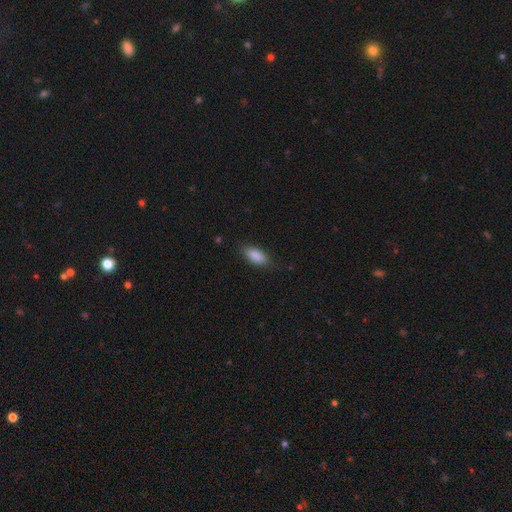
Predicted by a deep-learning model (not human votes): A smooth galaxy with no disk features (88%) that is in between round and cigar-shaped (87%).

Vote fractions:
- Smooth or featured? smooth: 88% / star or artifact: 7% / featured or disk: 5%
- How rounded? in between: 87% / cigar-shaped: 10% / round: 3%
- Merging? none: 80% / minor disturbance: 15% / major disturbance: 4% / merger: 1%